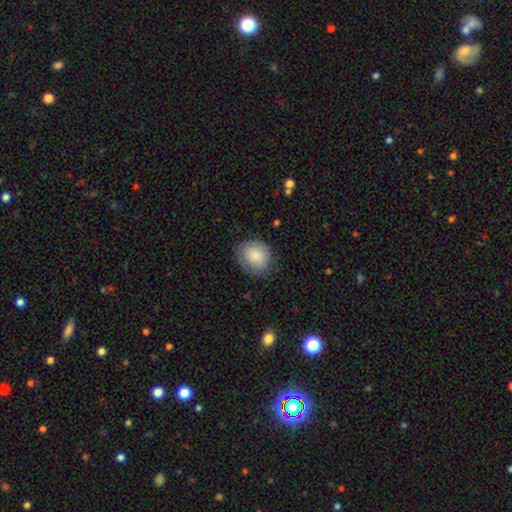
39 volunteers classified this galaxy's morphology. Smooth or featured? smooth (77%)
How rounded? round (70%)
Merging? none (60%)